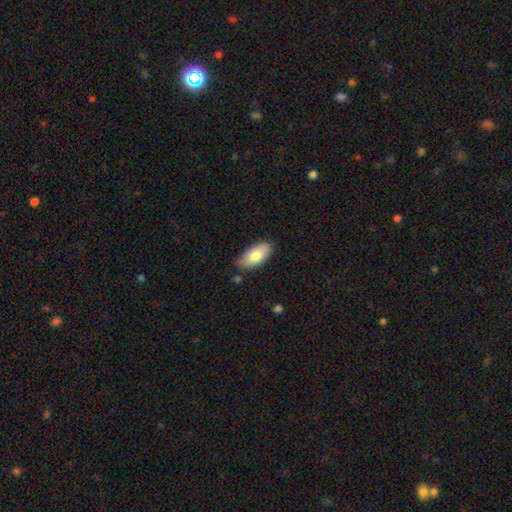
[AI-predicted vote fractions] Q: Smooth or featured?
A: smooth (77%); runner-up: featured or disk (17%)
Q: How rounded?
A: in between (92%); runner-up: cigar-shaped (6%)
Q: Merging?
A: none (79%); runner-up: minor disturbance (16%)